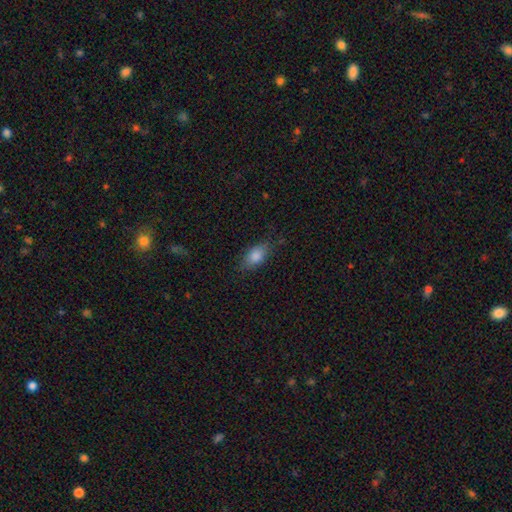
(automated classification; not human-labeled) Morphology: type=smooth (82%); roundness=in between (86%); merging=none (78%).